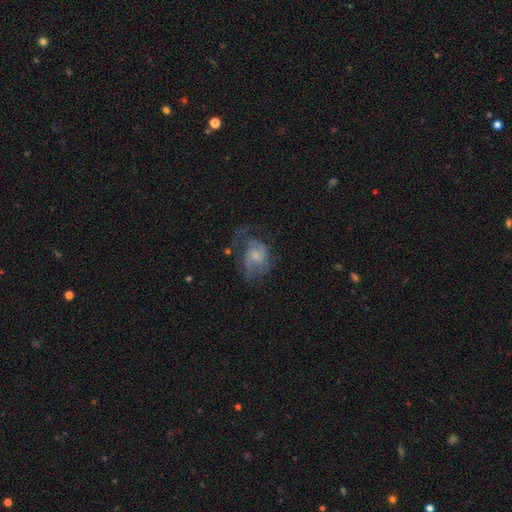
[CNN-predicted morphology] A featured or disk galaxy (72%) with no bar (69%), 2 (53%) medium (47%) spiral arms (87%) and a small central bulge (57%).

Vote fractions:
- Smooth or featured? featured or disk: 72% / smooth: 20% / star or artifact: 8%
- Edge-on disk? no: 98% / yes: 2%
- Bar? no: 69% / weak: 28% / strong: 4%
- Spiral arms? yes: 87% / no: 13%
- Spiral winding? medium: 47% / tight: 27% / loose: 26%
- Spiral arm count? 2: 53% / can't tell: 21% / 3: 12% / 1: 8% / 4: 3% / more than 4: 3%
- Bulge size? small: 57% / moderate: 30% / none: 9% / large: 3% / dominant: 1%
- Merging? none: 43% / major disturbance: 30% / minor disturbance: 24% / merger: 3%